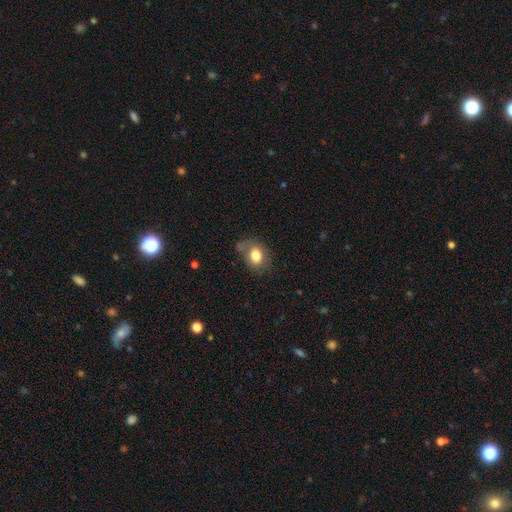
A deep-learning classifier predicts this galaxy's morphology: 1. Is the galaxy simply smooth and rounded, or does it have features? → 78% smooth, 13% featured or disk, 9% star or artifact.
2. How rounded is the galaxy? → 55% in between, 44% round, 1% cigar-shaped.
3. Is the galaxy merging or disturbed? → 55% none, 26% minor disturbance, 12% major disturbance, 6% merger.